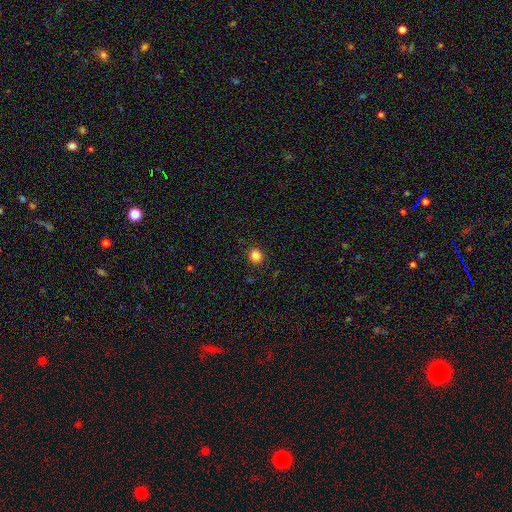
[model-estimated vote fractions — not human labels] smooth_or_featured: smooth (p=0.83) [alt: star or artifact p=0.13]
how_rounded: round (p=0.92) [alt: in between p=0.07]
merging: none (p=0.91) [alt: minor disturbance p=0.06]